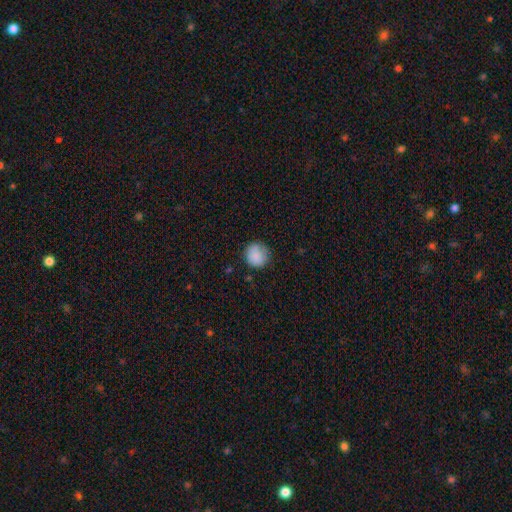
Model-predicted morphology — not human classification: A smooth galaxy with no disk features (86%) that is round (85%).

Vote fractions:
- Smooth or featured? smooth: 86% / star or artifact: 9% / featured or disk: 5%
- How rounded? round: 85% / in between: 14% / cigar-shaped: 1%
- Merging? none: 77% / minor disturbance: 17% / major disturbance: 4% / merger: 2%